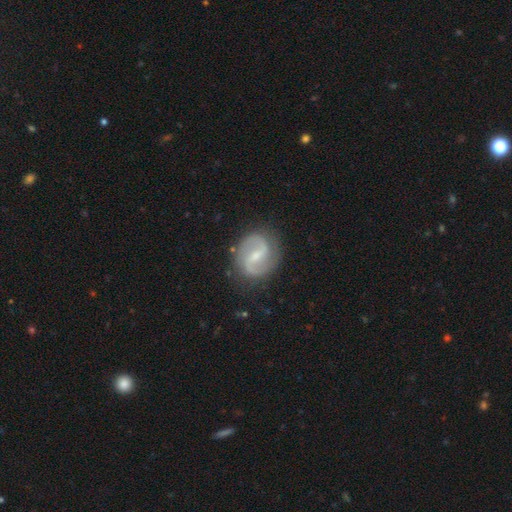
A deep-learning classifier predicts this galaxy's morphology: Q: Smooth or featured?
A: featured or disk (87%); runner-up: smooth (8%)
Q: Edge-on disk?
A: no (98%); runner-up: yes (2%)
Q: Bar?
A: weak (53%); runner-up: strong (28%)
Q: Spiral arms?
A: yes (96%); runner-up: no (4%)
Q: Spiral winding?
A: medium (53%); runner-up: loose (28%)
Q: Spiral arm count?
A: 2 (93%); runner-up: can't tell (3%)
Q: Bulge size?
A: small (57%); runner-up: moderate (32%)
Q: Merging?
A: none (84%); runner-up: minor disturbance (11%)